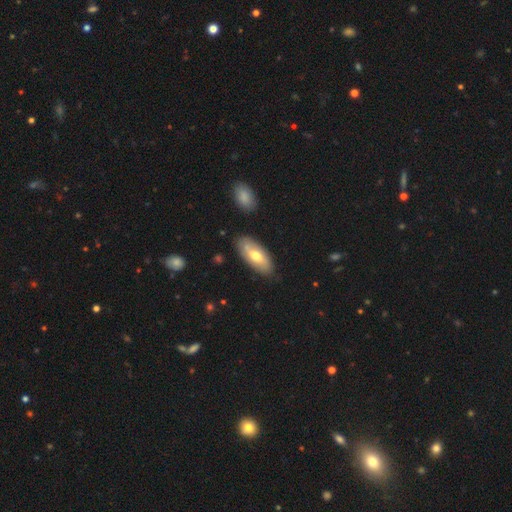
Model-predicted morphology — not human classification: Smooth or featured: smooth — 60% (featured or disk — 35%)
How rounded: in between — 88% (cigar-shaped — 10%)
Merging: none — 81% (minor disturbance — 13%)